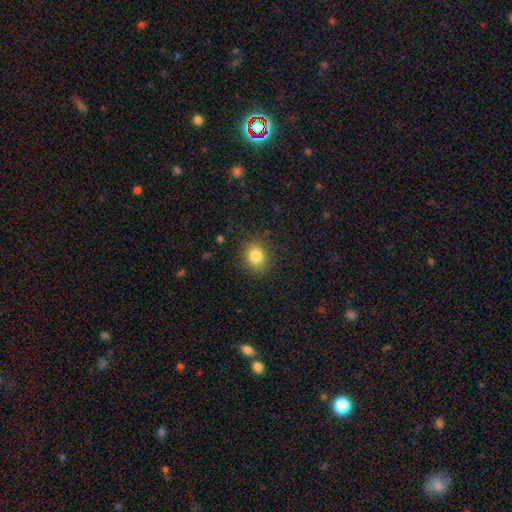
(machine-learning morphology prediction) Smooth or featured: smooth — 83% (star or artifact — 11%)
How rounded: round — 68% (in between — 31%)
Merging: none — 86% (minor disturbance — 10%)